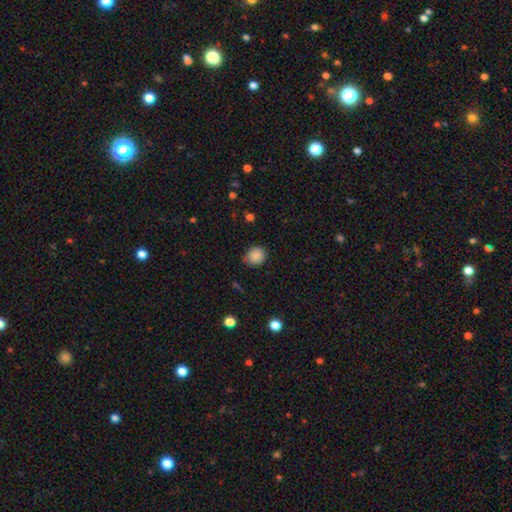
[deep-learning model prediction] Smooth or featured: smooth — 86% (star or artifact — 10%)
How rounded: round — 85% (in between — 14%)
Merging: none — 77% (minor disturbance — 18%)